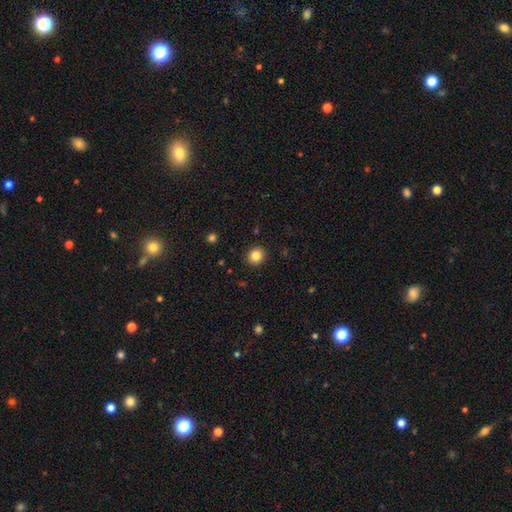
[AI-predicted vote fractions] This is clearly a smooth galaxy (84%). How rounded: clearly round (86%). Merging: clearly none (92%).